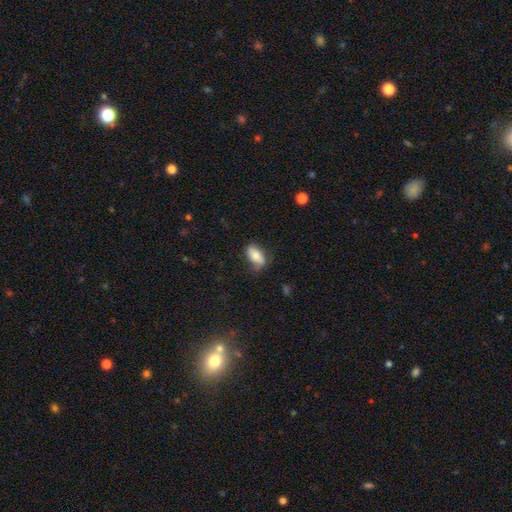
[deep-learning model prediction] This is likely a smooth galaxy (74%). How rounded: clearly in between (88%). Merging: likely none (68%).